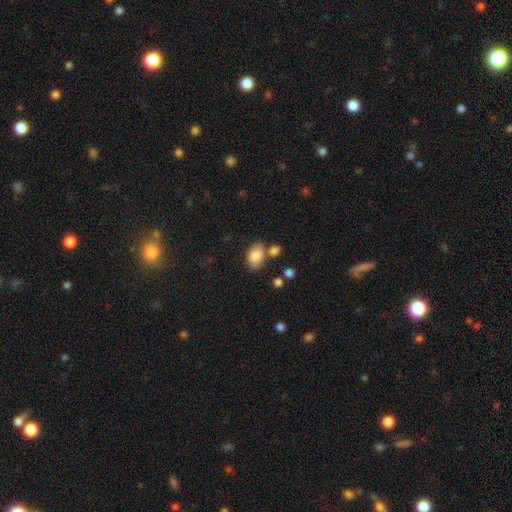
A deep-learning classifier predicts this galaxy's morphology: smooth-or-featured: smooth: 82% | featured or disk: 11% | star or artifact: 7%
  how-rounded: in between: 87% | round: 12% | cigar-shaped: 1%
  merging: none: 62% | merger: 17% | minor disturbance: 17% | major disturbance: 5%